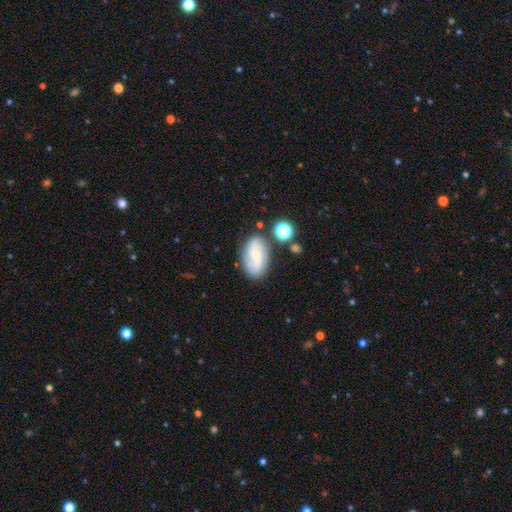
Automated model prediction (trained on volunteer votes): This is likely a featured or disk galaxy (69%). It is clearly not viewed edge-on (97%). Bar: possibly no (58%). Spiral arm pattern: clearly yes (95%). Spiral arm count: possibly 2 (56%). Spiral winding: possibly medium (47%). Central bulge: likely small (61%). Merging: likely none (73%).